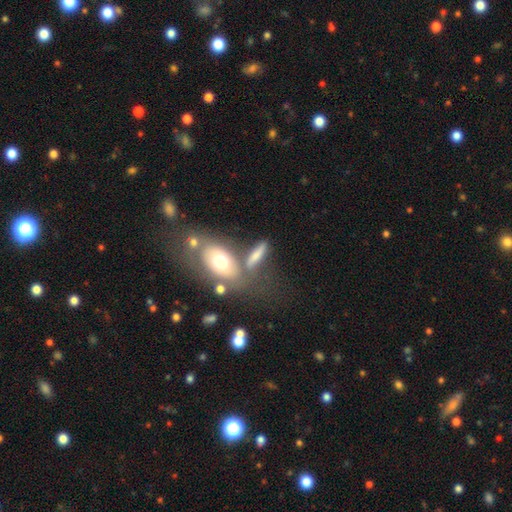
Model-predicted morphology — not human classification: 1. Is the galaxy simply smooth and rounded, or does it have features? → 62% smooth, 29% featured or disk, 9% star or artifact.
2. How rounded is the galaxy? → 50% in between, 40% cigar-shaped, 10% round.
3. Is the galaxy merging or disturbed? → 51% none, 24% merger, 16% minor disturbance, 9% major disturbance.